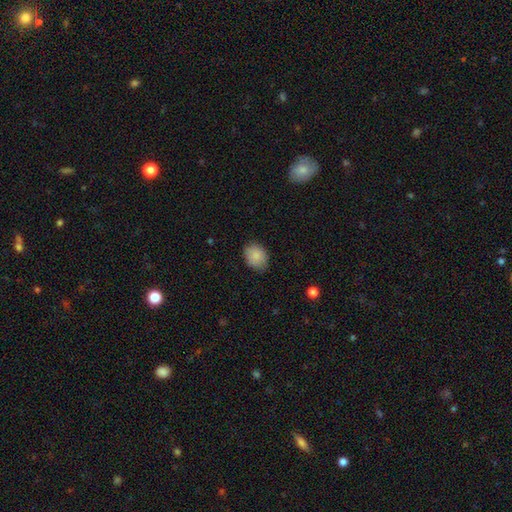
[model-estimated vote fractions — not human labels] Q: Smooth or featured?
A: smooth (87%); runner-up: star or artifact (7%)
Q: How rounded?
A: in between (60%); runner-up: round (39%)
Q: Merging?
A: none (79%); runner-up: minor disturbance (17%)